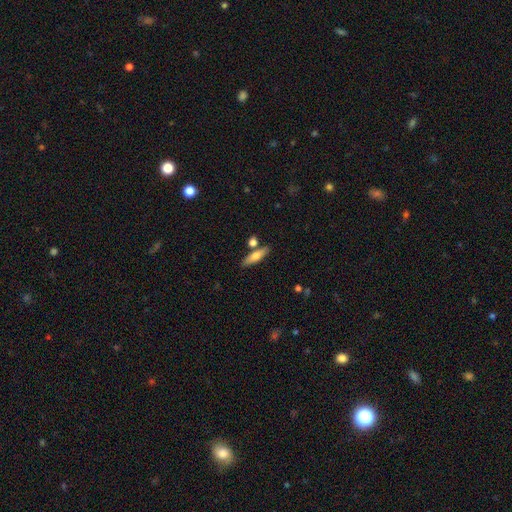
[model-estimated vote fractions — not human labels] A smooth galaxy with no disk features (67%) that is cigar-shaped (69%).

Vote fractions:
- Smooth or featured? smooth: 67% / featured or disk: 26% / star or artifact: 7%
- How rounded? cigar-shaped: 69% / in between: 28% / round: 3%
- Merging? none: 76% / minor disturbance: 11% / merger: 10% / major disturbance: 3%